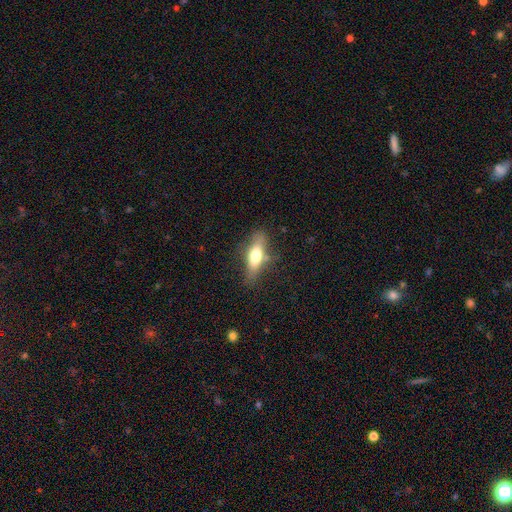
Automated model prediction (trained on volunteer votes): Smooth or featured: smooth — 62% (featured or disk — 31%)
How rounded: in between — 56% (cigar-shaped — 41%)
Merging: none — 71% (minor disturbance — 19%)